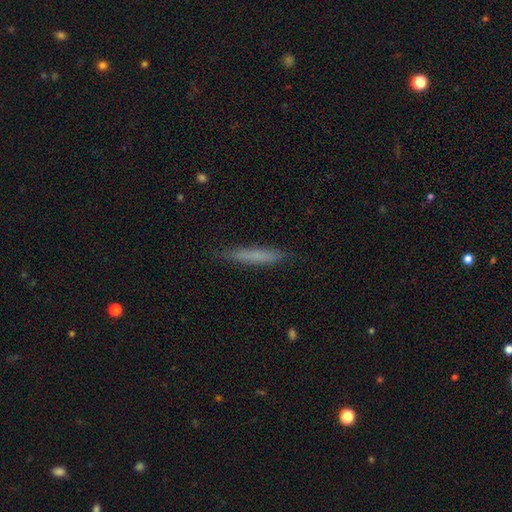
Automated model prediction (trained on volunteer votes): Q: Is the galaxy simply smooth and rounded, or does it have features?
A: smooth — 71%.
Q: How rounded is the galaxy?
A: cigar-shaped — 95%.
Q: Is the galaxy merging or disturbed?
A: none — 86%.